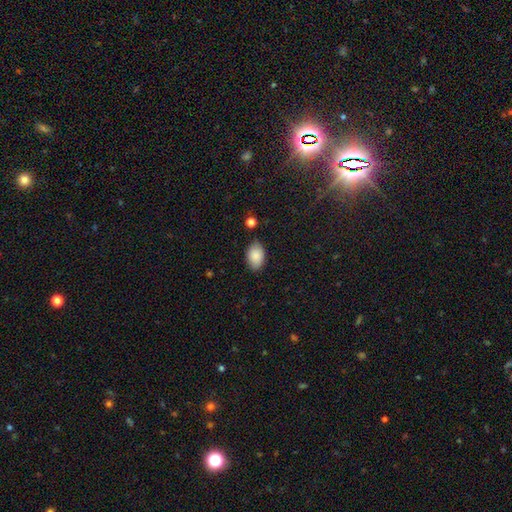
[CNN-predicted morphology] This appears to be a smooth galaxy with no disk features (88%) that is in between round and cigar-shaped (90%). Merging: none (82%).